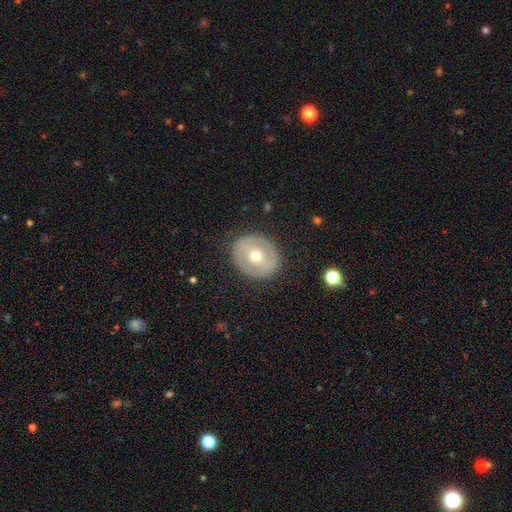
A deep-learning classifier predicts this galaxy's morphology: The model was most divided on "smooth or featured": featured or disk: 52%, smooth: 41%, star or artifact: 7%. More confident: edge-on disk — no (94%); merging — none (86%).